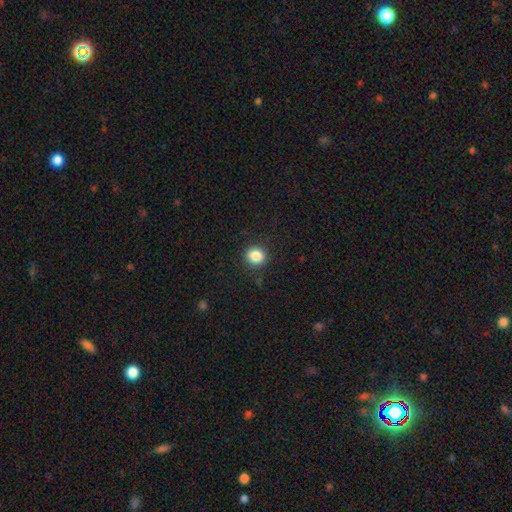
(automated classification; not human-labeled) smooth 85%, star or artifact 11%, featured or disk 4%. Down the decision tree: how rounded — round (87%); merging — none (89%).